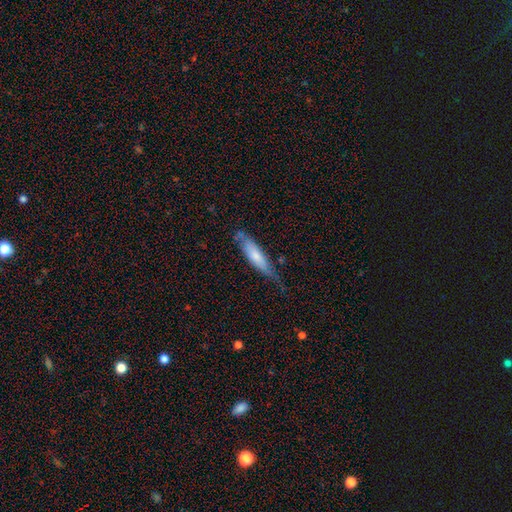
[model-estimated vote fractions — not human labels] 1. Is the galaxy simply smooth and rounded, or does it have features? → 62% smooth, 32% featured or disk, 6% star or artifact.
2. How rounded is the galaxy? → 70% cigar-shaped, 28% in between, 1% round.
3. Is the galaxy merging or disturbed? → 55% none, 32% minor disturbance, 9% major disturbance, 3% merger.